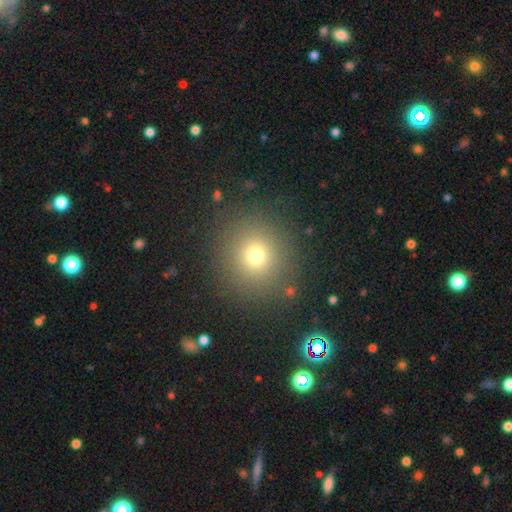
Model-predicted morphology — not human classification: smooth-or-featured: smooth: 71% | star or artifact: 18% | featured or disk: 10%
  how-rounded: round: 90% | in between: 9% | cigar-shaped: 1%
  merging: none: 87% | minor disturbance: 7% | major disturbance: 4% | merger: 2%